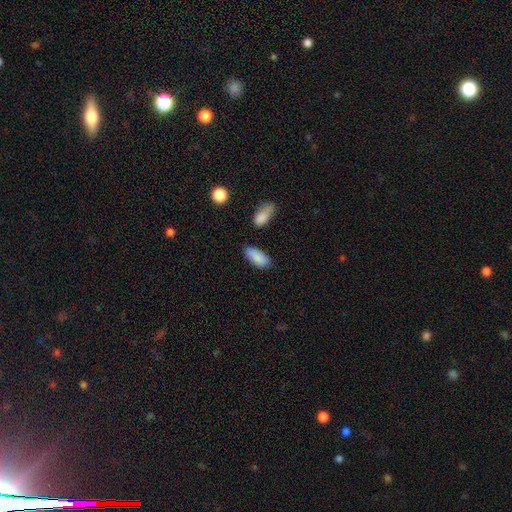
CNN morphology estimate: A smooth galaxy with no disk features (88%) that is in between round and cigar-shaped (90%). Merging: none (74%).